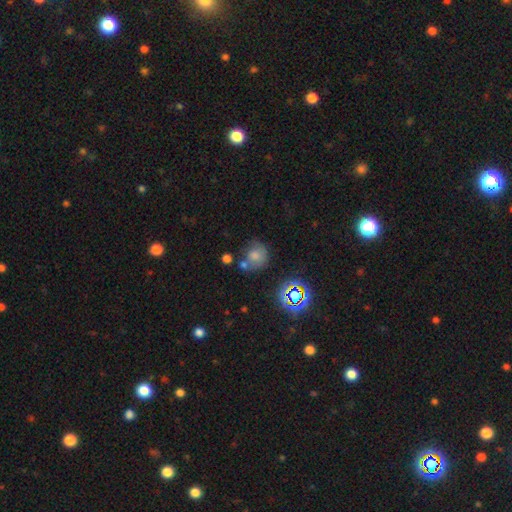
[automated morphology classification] smooth 64%, star or artifact 20%, featured or disk 16%. Down the decision tree: how rounded — round (80%); merging — none (49%).